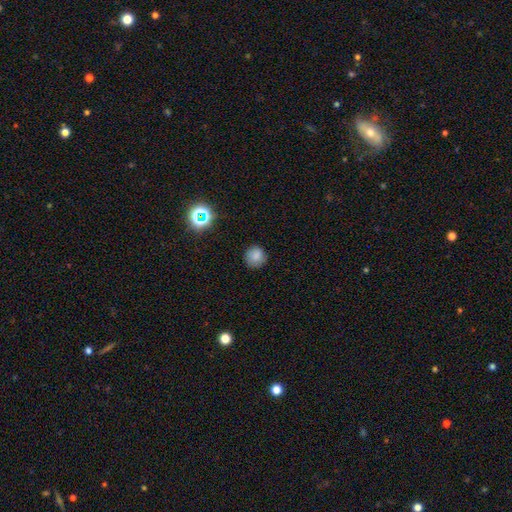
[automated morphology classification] A smooth galaxy with no disk features (81%) that is round (92%).

Vote fractions:
- Smooth or featured? smooth: 81% / star or artifact: 14% / featured or disk: 5%
- How rounded? round: 92% / in between: 7% / cigar-shaped: 1%
- Merging? none: 86% / minor disturbance: 10% / major disturbance: 3% / merger: 1%